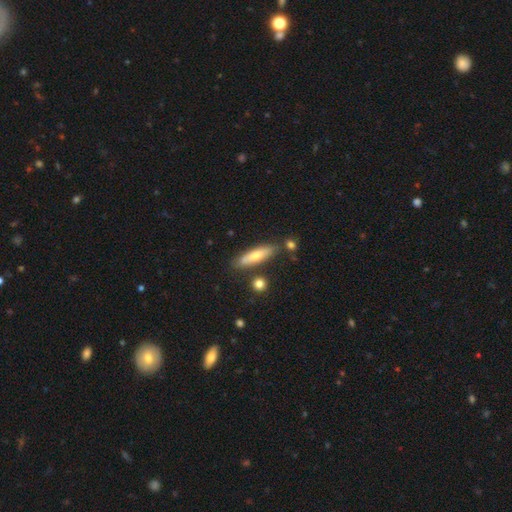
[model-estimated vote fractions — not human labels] Overall: smooth (58%; featured or disk 35%). How rounded: cigar-shaped (75%). Merging: none (80%).